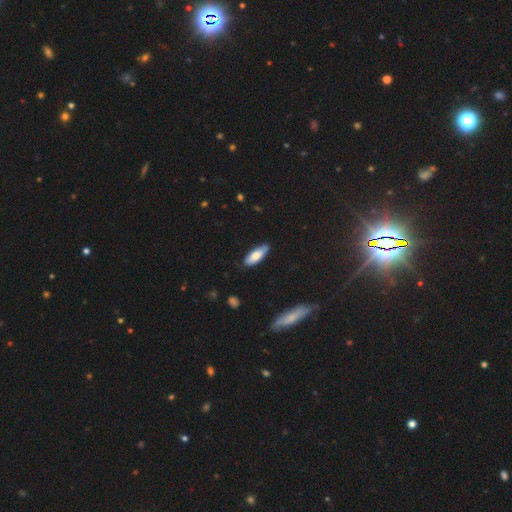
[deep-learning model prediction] Smooth or featured? smooth (76%)
How rounded? in between (68%)
Merging? none (80%)